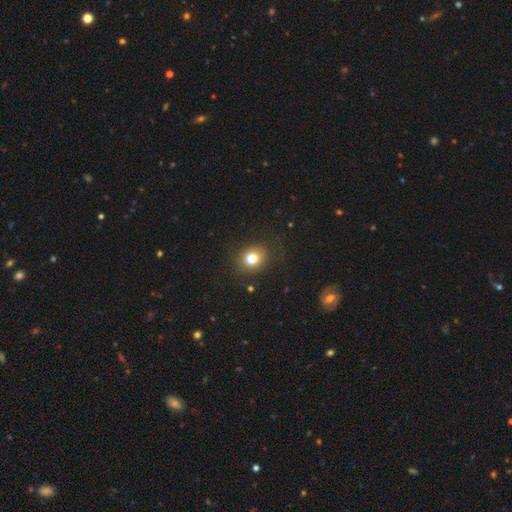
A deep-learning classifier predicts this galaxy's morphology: The model was most divided on "smooth or featured": smooth: 71%, star or artifact: 23%, featured or disk: 6%. More confident: merging — none (89%); how rounded — round (84%).